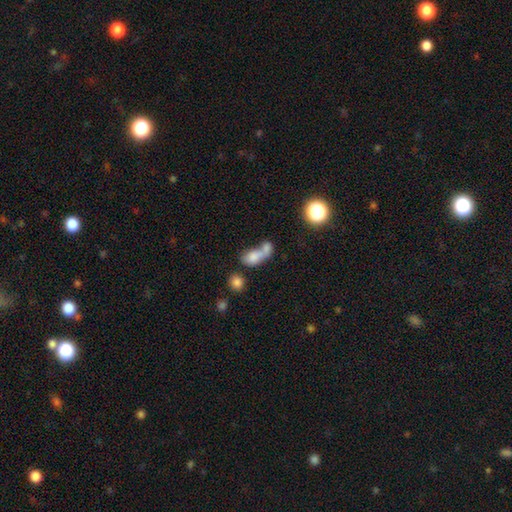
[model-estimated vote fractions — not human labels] The model was most divided on "how rounded": in between: 71%, round: 23%, cigar-shaped: 6%. More confident: smooth or featured — smooth (71%); merging — merger (68%).